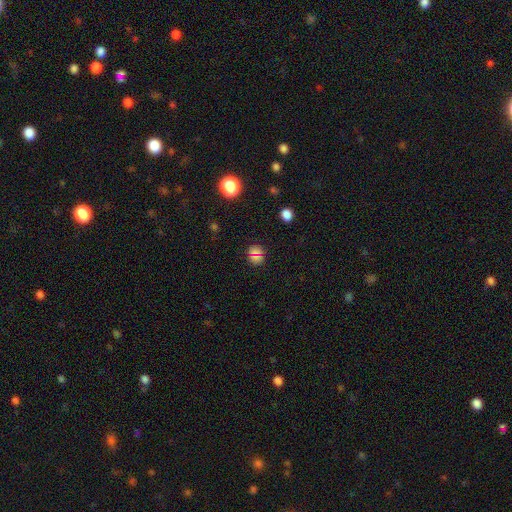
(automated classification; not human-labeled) Smooth or featured: smooth — 62% (star or artifact — 30%)
How rounded: round — 90% (in between — 9%)
Merging: none — 86% (minor disturbance — 7%)